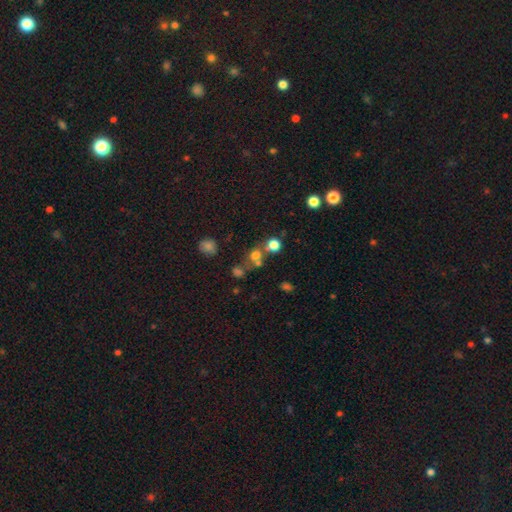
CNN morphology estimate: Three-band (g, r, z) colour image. It shows a smooth galaxy with no disk features (65%) that is round (84%). Merging: none (50%).